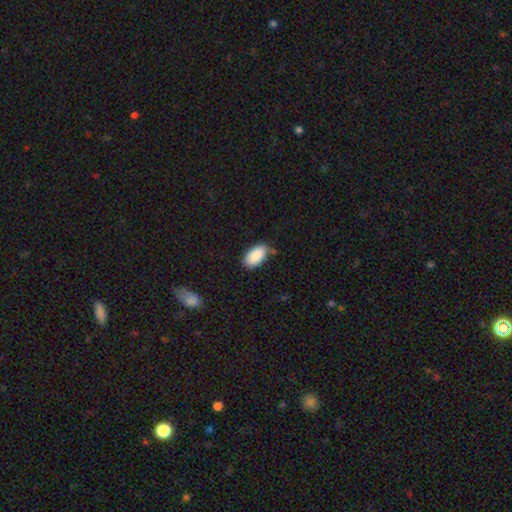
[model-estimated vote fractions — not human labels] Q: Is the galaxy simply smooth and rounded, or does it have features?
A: smooth — 89%.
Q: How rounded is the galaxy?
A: in between — 95%.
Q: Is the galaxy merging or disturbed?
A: none — 74%.